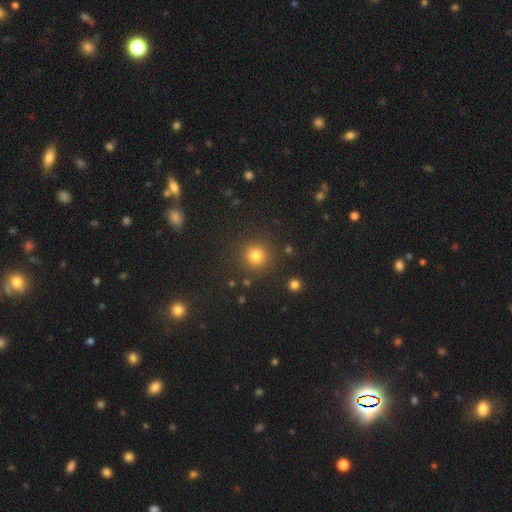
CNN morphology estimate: Q: Smooth or featured?
A: smooth (79%); runner-up: star or artifact (15%)
Q: How rounded?
A: round (94%); runner-up: in between (5%)
Q: Merging?
A: none (88%); runner-up: minor disturbance (6%)